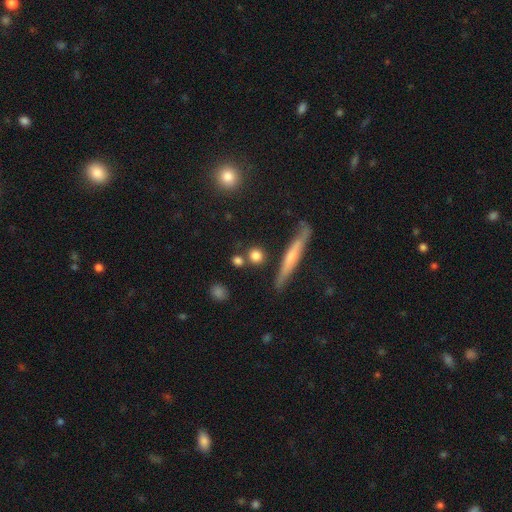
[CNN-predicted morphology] Q: Smooth or featured?
A: smooth (77%); runner-up: featured or disk (14%)
Q: How rounded?
A: round (80%); runner-up: cigar-shaped (10%)
Q: Merging?
A: none (76%); runner-up: merger (11%)